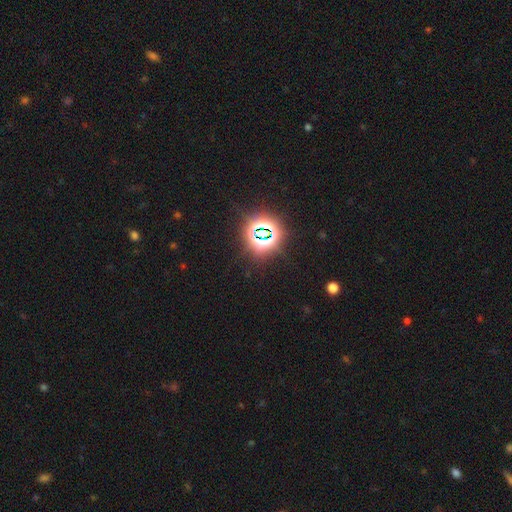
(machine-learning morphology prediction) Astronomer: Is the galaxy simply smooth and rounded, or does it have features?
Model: star or artifact — 80%.